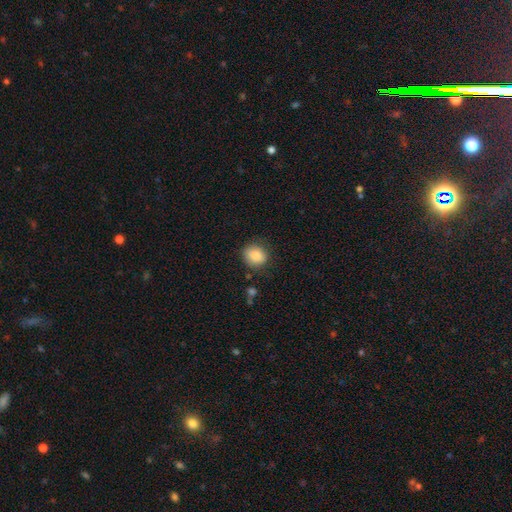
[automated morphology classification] smooth_or_featured: smooth (p=0.87) [alt: star or artifact p=0.08]
how_rounded: round (p=0.73) [alt: in between p=0.26]
merging: none (p=0.79) [alt: minor disturbance p=0.15]